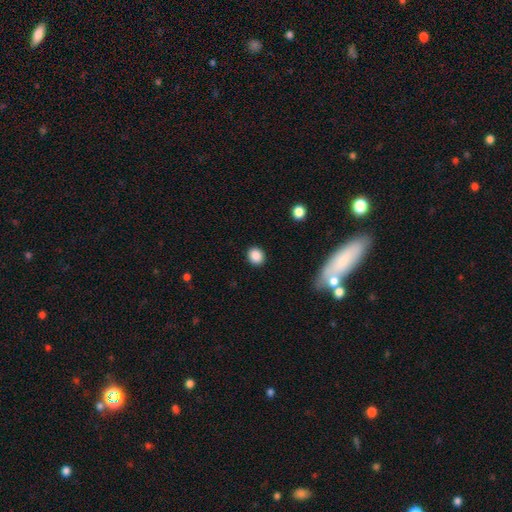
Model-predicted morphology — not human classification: This appears to be a smooth galaxy with no disk features (88%) that is round (69%). Merging: none (90%).